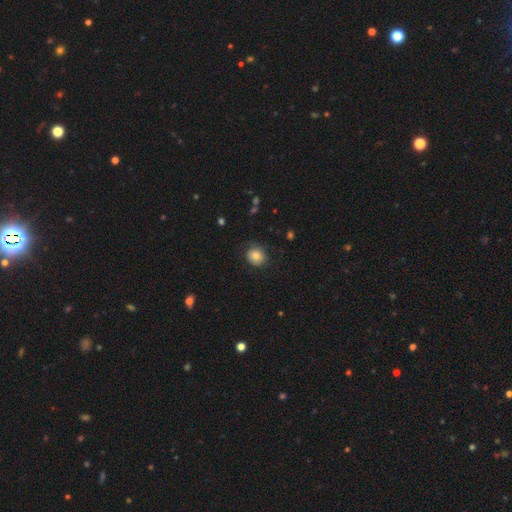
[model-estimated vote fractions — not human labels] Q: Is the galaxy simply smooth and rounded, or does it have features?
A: smooth — 77%.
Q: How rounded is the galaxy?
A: round — 81%.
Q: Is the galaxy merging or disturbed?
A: none — 73%.